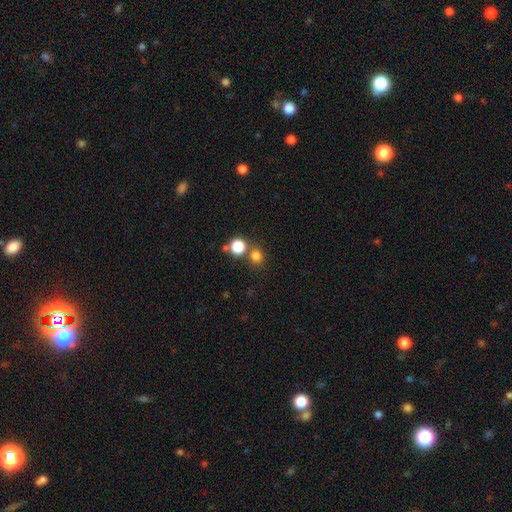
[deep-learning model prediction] smooth-or-featured: smooth: 79% | star or artifact: 16% | featured or disk: 5%
  how-rounded: round: 86% | in between: 13% | cigar-shaped: 1%
  merging: none: 67% | merger: 23% | minor disturbance: 7% | major disturbance: 3%